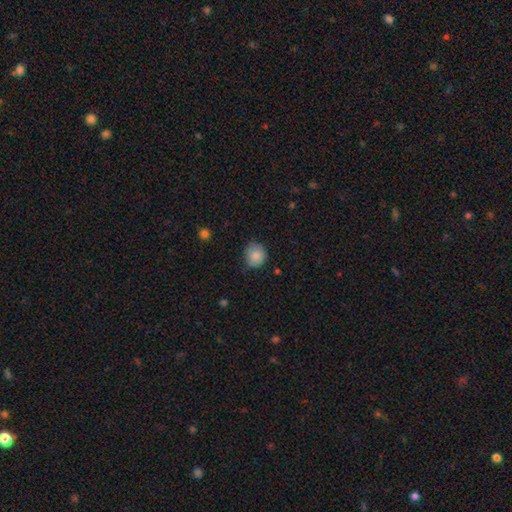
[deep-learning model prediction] Q: Smooth or featured?
A: smooth (83%); runner-up: featured or disk (9%)
Q: How rounded?
A: round (78%); runner-up: in between (21%)
Q: Merging?
A: none (72%); runner-up: minor disturbance (23%)